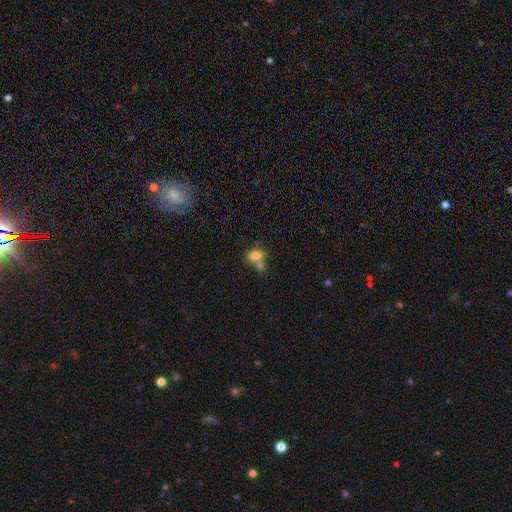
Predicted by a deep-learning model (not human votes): smooth-or-featured: smooth: 78% | featured or disk: 12% | star or artifact: 11%
  how-rounded: in between: 61% | round: 37% | cigar-shaped: 2%
  merging: merger: 49% | none: 36% | minor disturbance: 10% | major disturbance: 5%